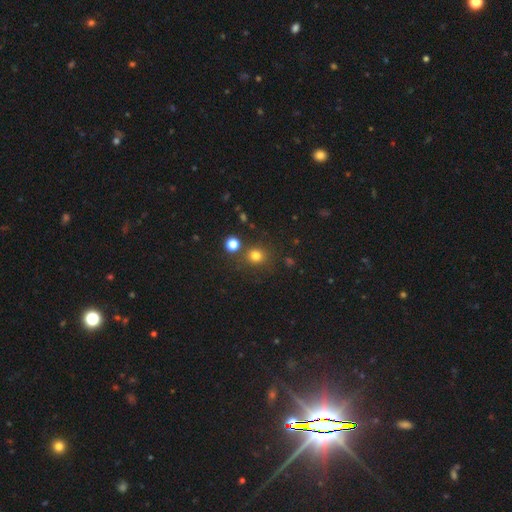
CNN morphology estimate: Q: Smooth or featured?
A: smooth (77%); runner-up: star or artifact (17%)
Q: How rounded?
A: round (89%); runner-up: in between (10%)
Q: Merging?
A: none (78%); runner-up: merger (10%)